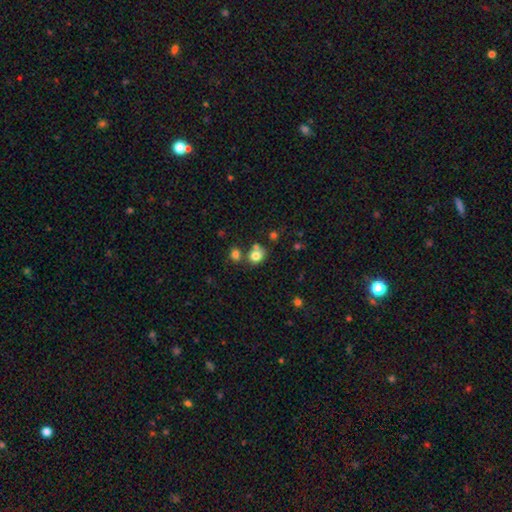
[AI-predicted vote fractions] Overall: smooth (78%). How rounded: round (70%). Merging: none (57%; merger 27%).